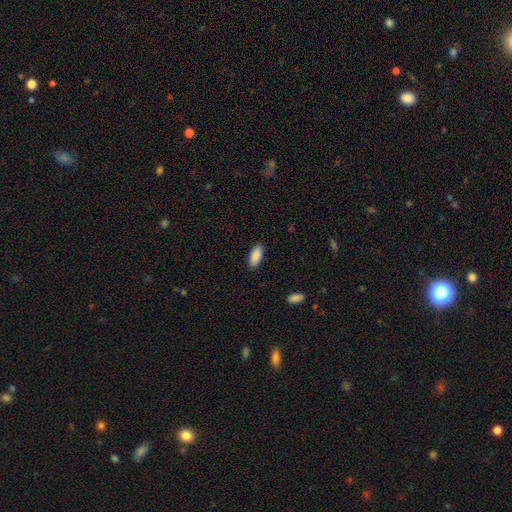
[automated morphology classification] Overall: smooth (90%). How rounded: in between (87%). Merging: none (88%).